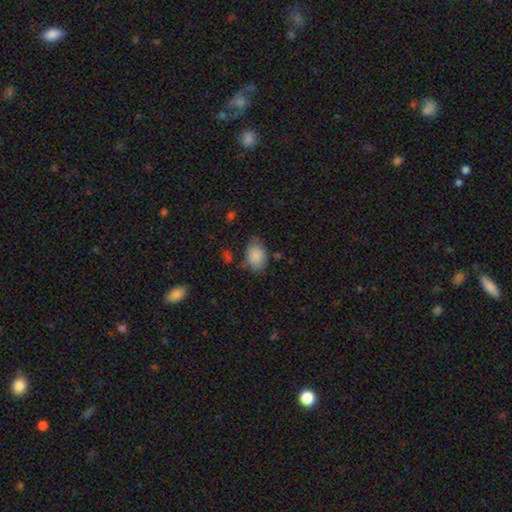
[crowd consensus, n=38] Overall: smooth (92%). How rounded: in between (80%). Merging: none (69%).